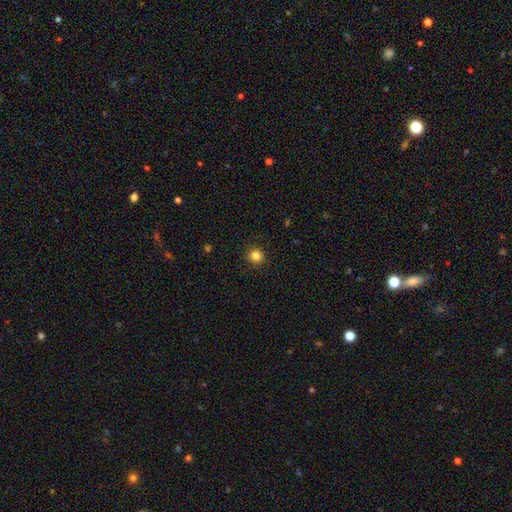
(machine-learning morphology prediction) smooth 84%, star or artifact 12%, featured or disk 5%. Down the decision tree: how rounded — round (92%); merging — none (92%).